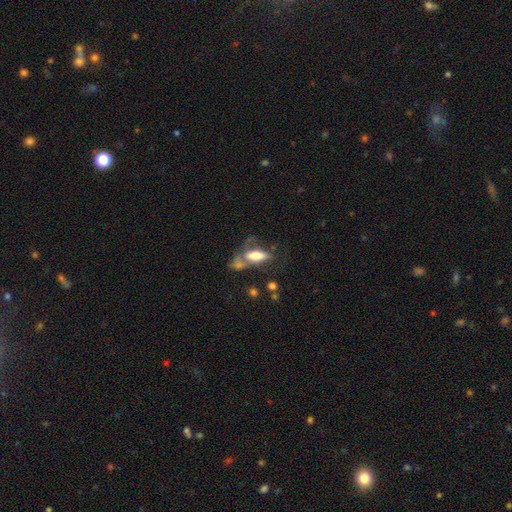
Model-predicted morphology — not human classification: Smooth or featured? Predicted: smooth (p=0.61). How rounded? Predicted: in between (p=0.70). Merging? Predicted: merger (p=0.30).